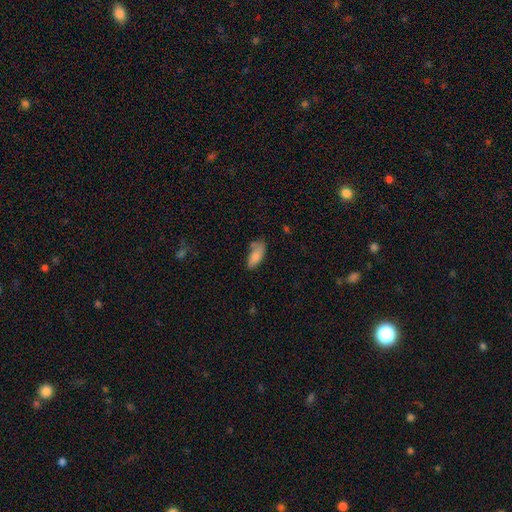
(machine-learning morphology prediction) A smooth galaxy with no disk features (81%) that is in between round and cigar-shaped (81%).

Vote fractions:
- Smooth or featured? smooth: 81% / featured or disk: 11% / star or artifact: 7%
- How rounded? in between: 81% / cigar-shaped: 17% / round: 2%
- Merging? none: 52% / minor disturbance: 28% / merger: 11% / major disturbance: 9%